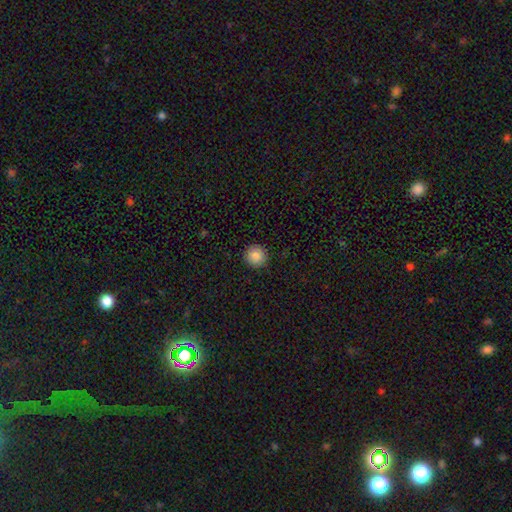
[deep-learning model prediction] A smooth galaxy with no disk features (87%) that is round (95%).

Vote fractions:
- Smooth or featured? smooth: 87% / star or artifact: 9% / featured or disk: 4%
- How rounded? round: 95% / in between: 4% / cigar-shaped: 1%
- Merging? none: 92% / minor disturbance: 5% / major disturbance: 2% / merger: 1%